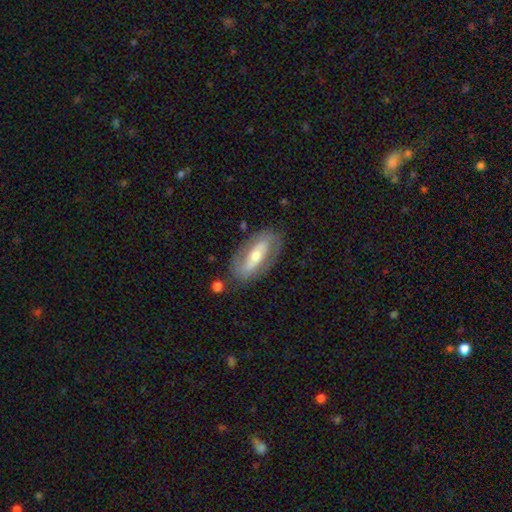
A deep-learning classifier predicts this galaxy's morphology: smooth-or-featured: featured or disk: 67% | smooth: 28% | star or artifact: 6%
  disk-edge-on: no: 86% | yes: 14%
    bar: strong: 44% | no: 32% | weak: 24%
    has-spiral-arms: yes: 60% | no: 40%
    bulge-size: moderate: 57% | small: 34% | large: 6% | dominant: 1% | none: 1%
  merging: none: 78% | minor disturbance: 14% | major disturbance: 6% | merger: 2%